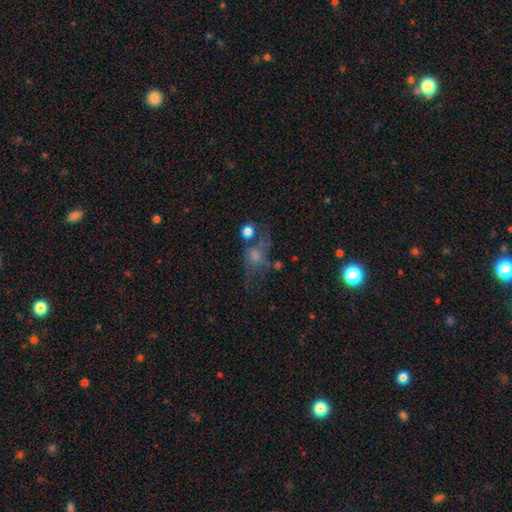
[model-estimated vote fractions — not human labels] Morphology: type=smooth (39%); merging=none (47%).